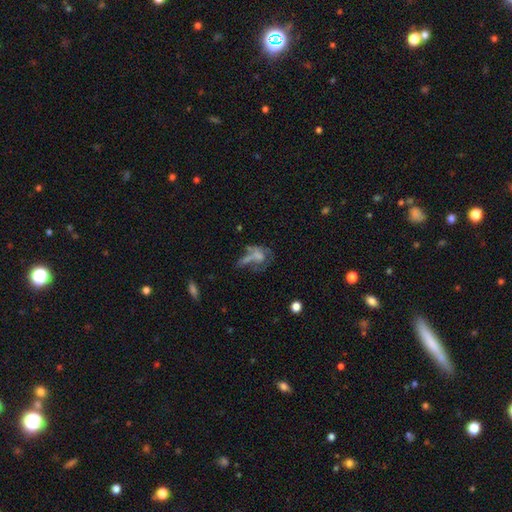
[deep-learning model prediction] smooth_or_featured: smooth (p=0.47) [alt: featured or disk p=0.38]
merging: major disturbance (p=0.37) [alt: merger p=0.25]